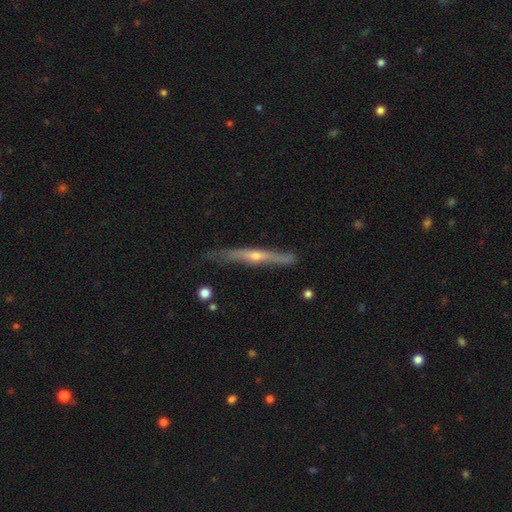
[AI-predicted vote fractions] This appears to be a featured or disk galaxy (74%) viewed edge-on (94%) with a rounded central bulge (82%). Merging: none (80%).